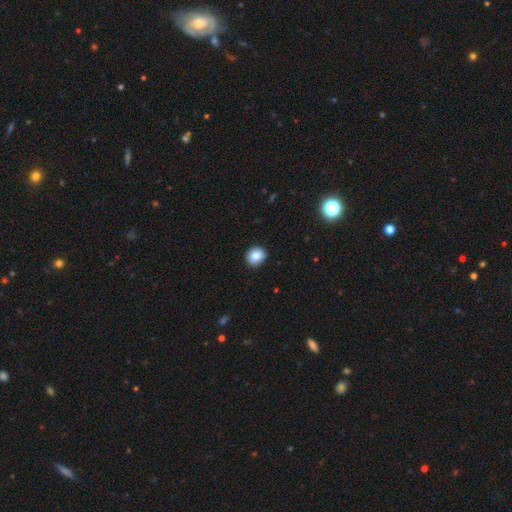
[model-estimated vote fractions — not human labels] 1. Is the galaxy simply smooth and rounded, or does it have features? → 85% smooth, 9% star or artifact, 6% featured or disk.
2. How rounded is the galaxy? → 71% round, 28% in between, 1% cigar-shaped.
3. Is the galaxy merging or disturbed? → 91% none, 7% minor disturbance, 2% major disturbance, 1% merger.